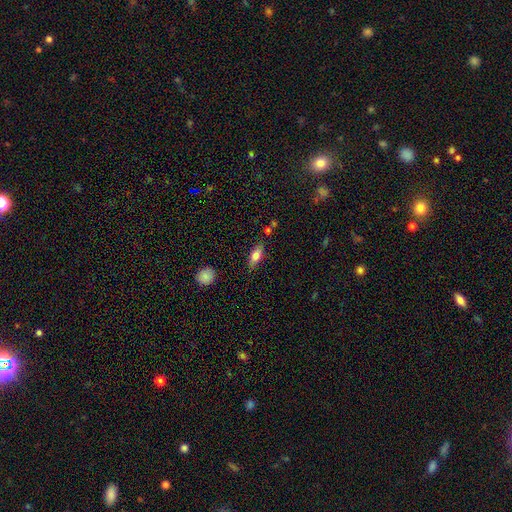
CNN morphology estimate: smooth_or_featured: smooth (p=0.73) [alt: featured or disk p=0.20]
how_rounded: in between (p=0.76) [alt: cigar-shaped p=0.20]
merging: none (p=0.79) [alt: minor disturbance p=0.14]